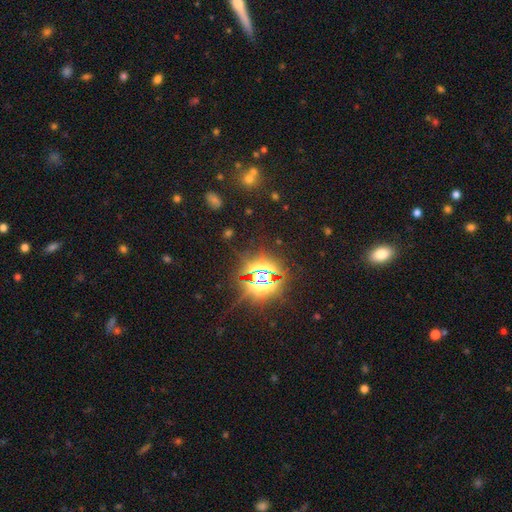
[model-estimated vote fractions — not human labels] A star or artifact, not a galaxy (82%).